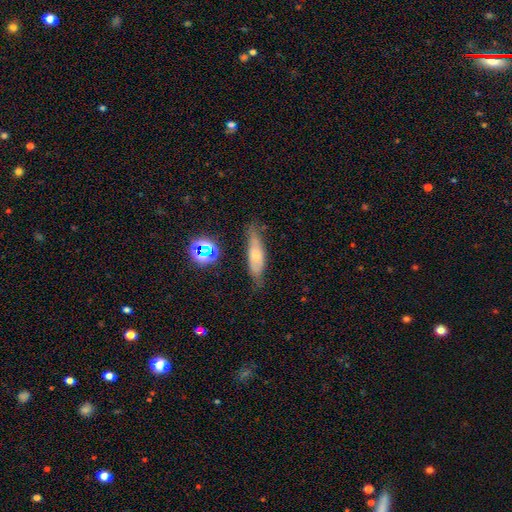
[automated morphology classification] This is possibly a smooth galaxy (56%). How rounded: possibly in between (49%). Merging: likely none (63%).